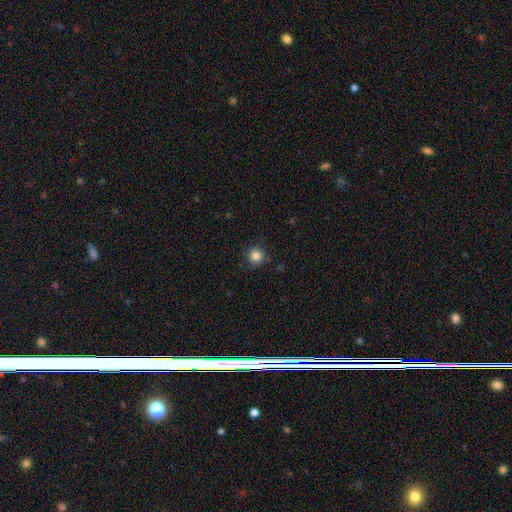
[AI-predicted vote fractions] smooth_or_featured: smooth (p=0.84) [alt: star or artifact p=0.11]
how_rounded: round (p=0.94) [alt: in between p=0.05]
merging: none (p=0.88) [alt: minor disturbance p=0.09]